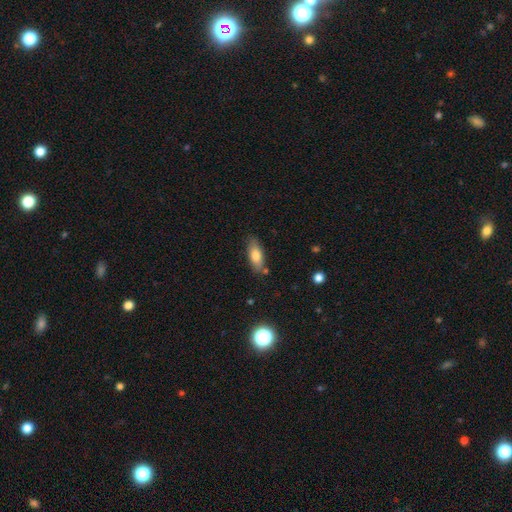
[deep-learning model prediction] smooth 76%, featured or disk 16%, star or artifact 7%. Down the decision tree: how rounded — in between (76%); merging — none (77%).